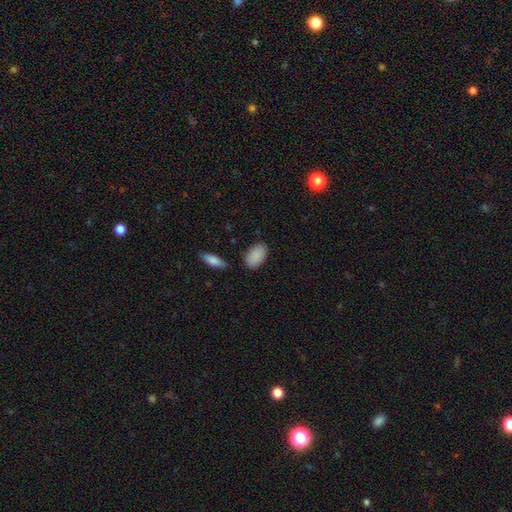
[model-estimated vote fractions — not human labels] Smooth or featured? Predicted: smooth (p=0.90). How rounded? Predicted: in between (p=0.94). Merging? Predicted: none (p=0.83).